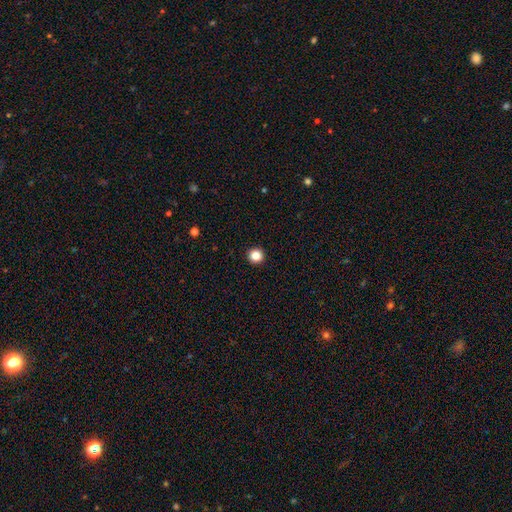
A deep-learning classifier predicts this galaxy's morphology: The model was most divided on "smooth or featured": smooth: 86%, star or artifact: 11%, featured or disk: 3%. More confident: merging — none (94%); how rounded — round (93%).